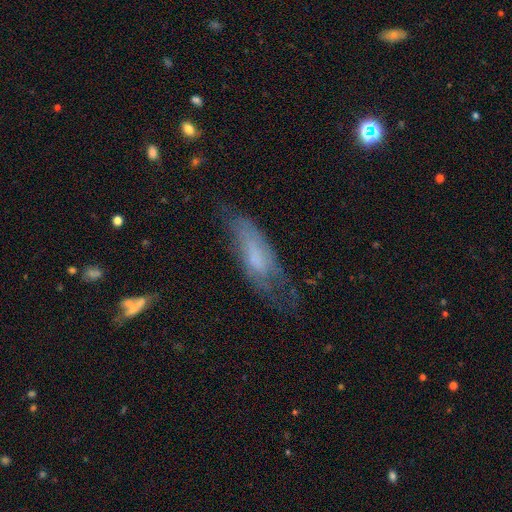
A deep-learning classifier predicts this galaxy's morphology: A smooth galaxy with no disk features (48%). Merging: none (48%).